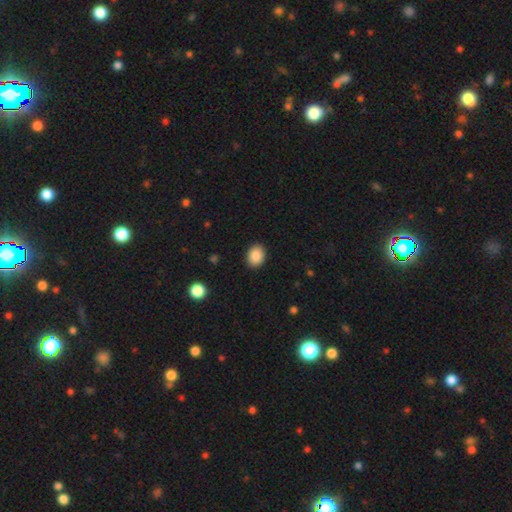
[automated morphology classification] smooth 88%, star or artifact 8%, featured or disk 4%. Down the decision tree: how rounded — in between (59%); merging — none (90%).